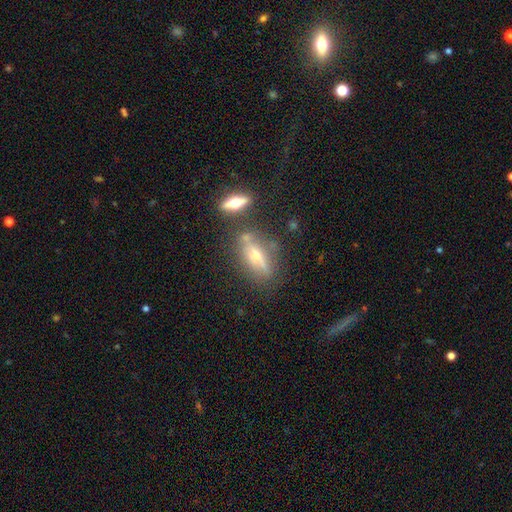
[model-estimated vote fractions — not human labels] This appears to be a featured or disk galaxy (60%) viewed edge-on (79%). Merging: none (65%).